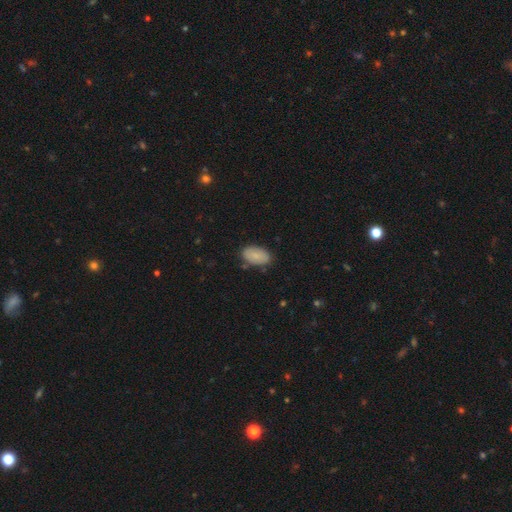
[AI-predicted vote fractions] smooth-or-featured: smooth: 83% | featured or disk: 10% | star or artifact: 7%
  how-rounded: in between: 94% | round: 4% | cigar-shaped: 2%
  merging: none: 80% | minor disturbance: 15% | major disturbance: 3% | merger: 2%